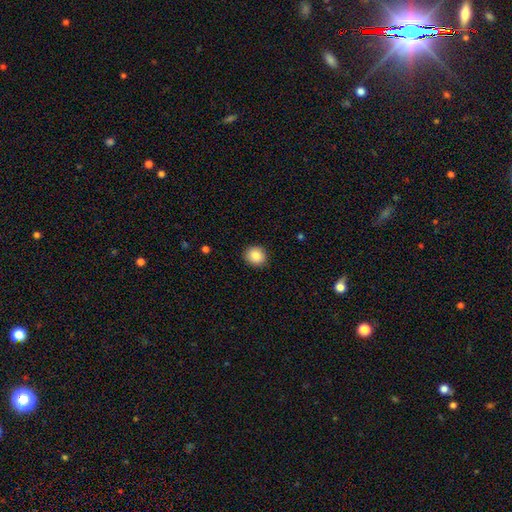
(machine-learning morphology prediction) A smooth galaxy with no disk features (86%) that is round (82%). Merging: none (90%).